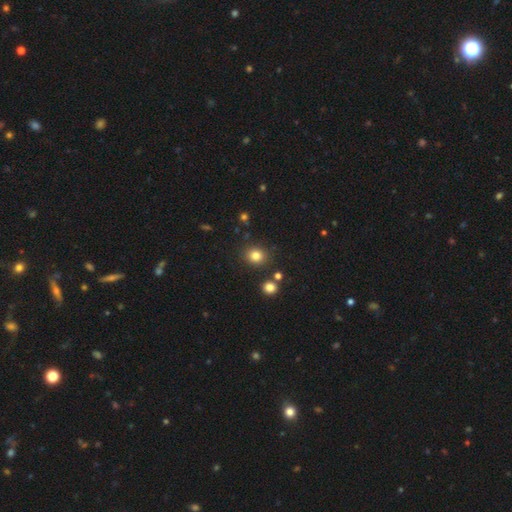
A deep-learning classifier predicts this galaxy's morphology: Q: Smooth or featured?
A: smooth (82%); runner-up: star or artifact (13%)
Q: How rounded?
A: round (76%); runner-up: in between (23%)
Q: Merging?
A: none (86%); runner-up: minor disturbance (8%)